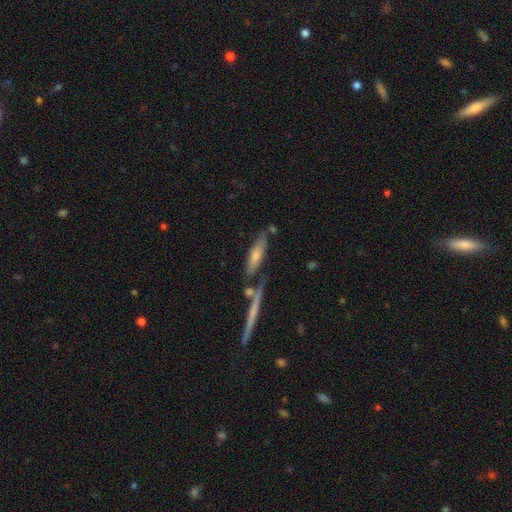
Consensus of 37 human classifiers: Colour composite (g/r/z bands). It shows a smooth galaxy with no disk features (73%) that is cigar-shaped (67%). Merging: none (66%).